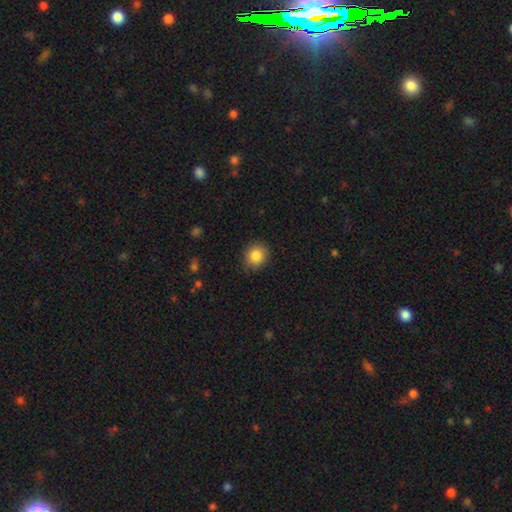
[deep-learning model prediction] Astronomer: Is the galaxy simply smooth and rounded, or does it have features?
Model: smooth — 85%.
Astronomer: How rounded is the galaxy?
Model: round — 79%.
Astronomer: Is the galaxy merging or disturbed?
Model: none — 87%.